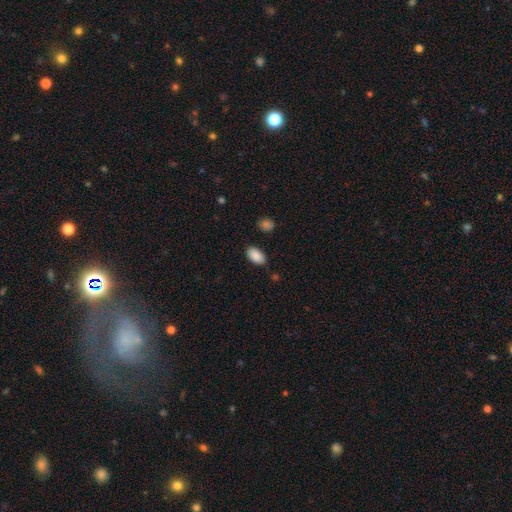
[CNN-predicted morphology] smooth_or_featured: smooth (p=0.89) [alt: star or artifact p=0.07]
how_rounded: in between (p=0.94) [alt: round p=0.05]
merging: none (p=0.83) [alt: minor disturbance p=0.12]